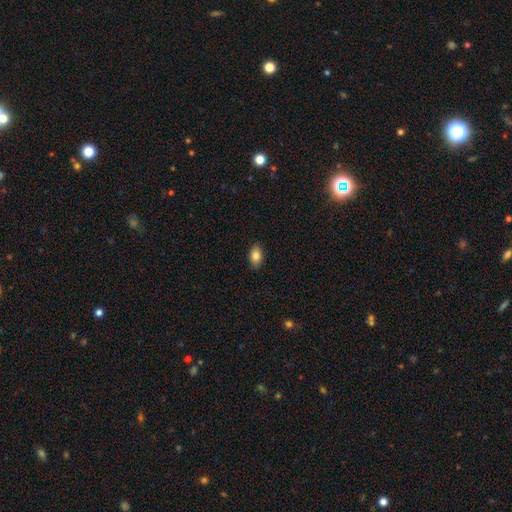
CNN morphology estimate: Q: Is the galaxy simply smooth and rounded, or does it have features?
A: smooth — 85%.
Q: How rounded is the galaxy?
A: in between — 89%.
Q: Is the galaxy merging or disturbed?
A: none — 89%.